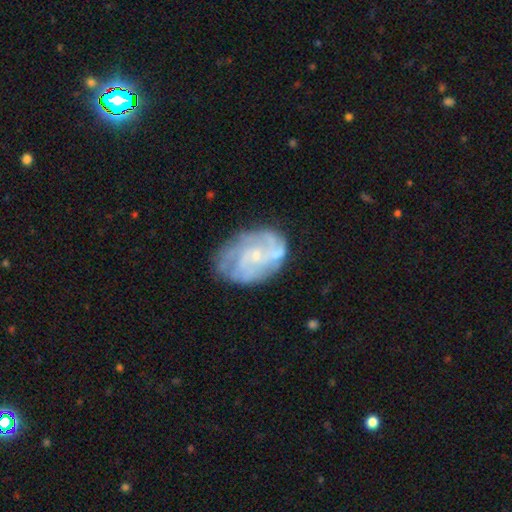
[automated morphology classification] Smooth or featured? Predicted: featured or disk (p=0.77). Edge-on disk? Predicted: no (p=0.97). Bar? Predicted: no (p=0.73). Spiral arms? Predicted: yes (p=0.83). Spiral winding? Predicted: tight (p=0.47). Spiral arm count? Predicted: can't tell (p=0.41). Bulge size? Predicted: small (p=0.76). Merging? Predicted: none (p=0.63).